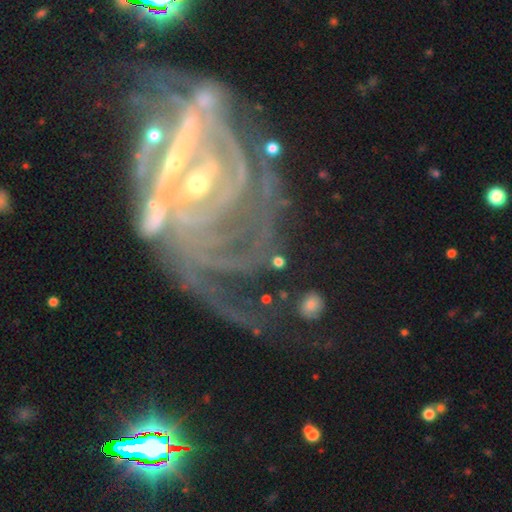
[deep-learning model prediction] Smooth or featured? featured or disk (86%)
Edge-on disk? no (94%)
Bar? strong (52%)
Spiral arms? yes (91%)
Spiral winding? tight (50%)
Spiral arm count? can't tell (29%)
Bulge size? small (65%)
Merging? none (31%)